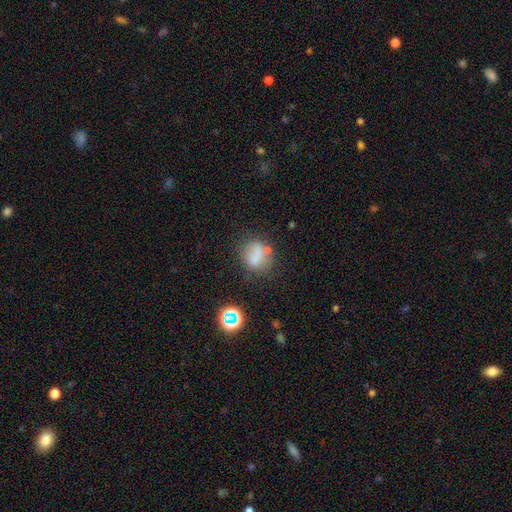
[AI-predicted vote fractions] Smooth or featured? smooth (67%)
How rounded? round (63%)
Merging? none (53%)